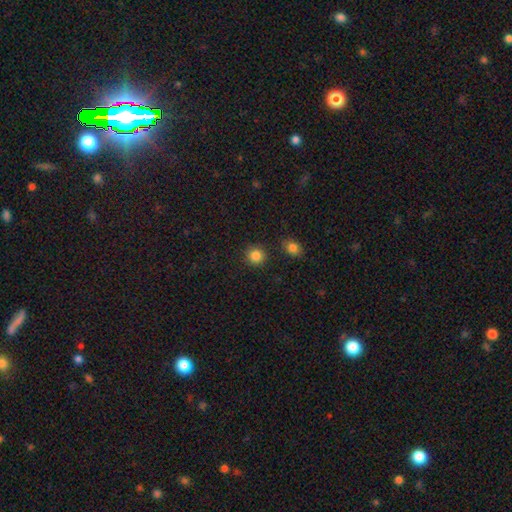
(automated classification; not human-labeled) Smooth or featured: smooth — 85% (star or artifact — 11%)
How rounded: round — 91% (in between — 8%)
Merging: none — 89% (minor disturbance — 6%)